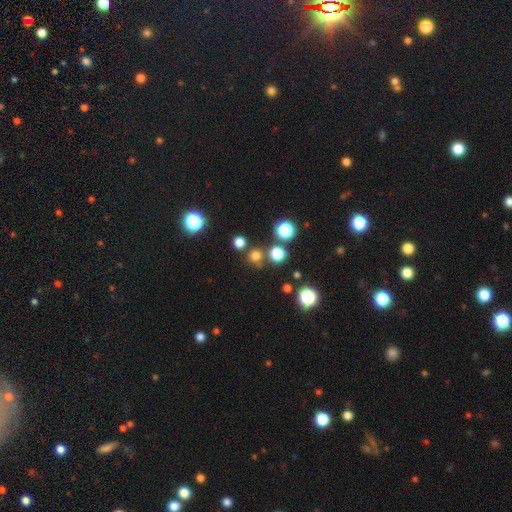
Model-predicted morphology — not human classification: A smooth galaxy with no disk features (71%) that is round (93%).

Vote fractions:
- Smooth or featured? smooth: 71% / star or artifact: 23% / featured or disk: 6%
- How rounded? round: 93% / in between: 6% / cigar-shaped: 1%
- Merging? none: 77% / merger: 13% / minor disturbance: 7% / major disturbance: 3%